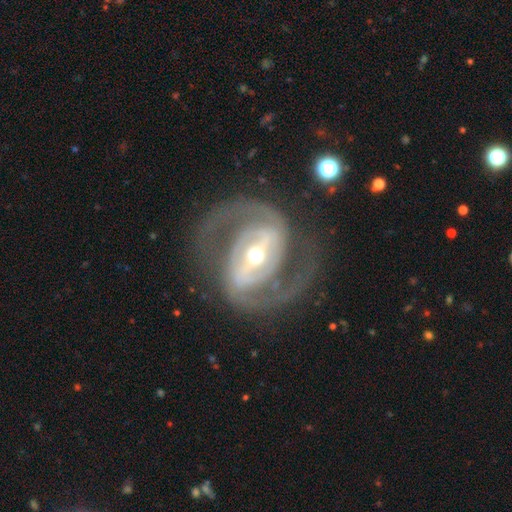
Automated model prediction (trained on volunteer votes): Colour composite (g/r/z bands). It shows a featured or disk galaxy (91%) with a strong bar (57%), 2 (91%) medium (56%) spiral arms (95%) and a moderate central bulge (64%). Merging: none (77%).